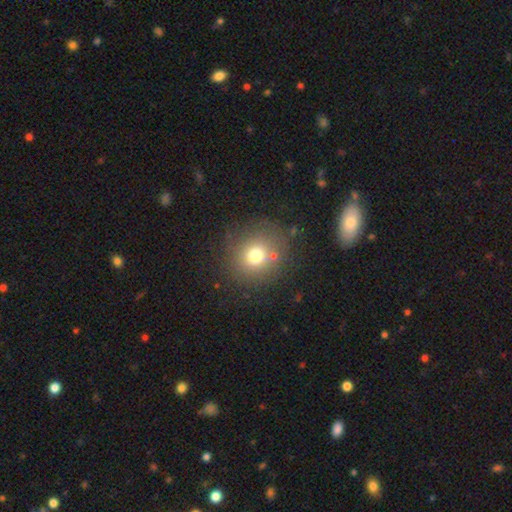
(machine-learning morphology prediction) The model was most divided on "smooth or featured": smooth: 71%, star or artifact: 16%, featured or disk: 12%. More confident: how rounded — round (88%); merging — none (80%).